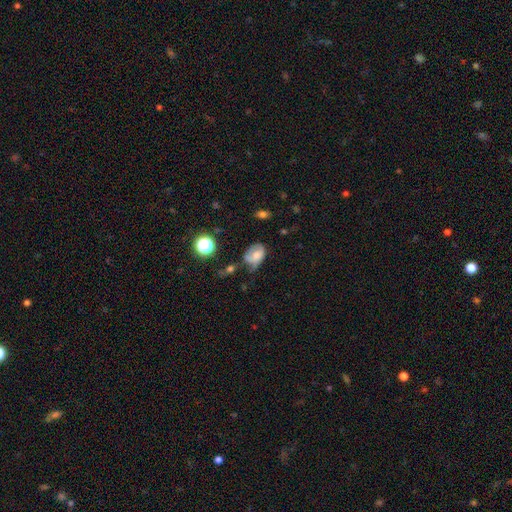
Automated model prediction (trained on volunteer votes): This is possibly a smooth galaxy (59%). How rounded: likely in between (75%). Merging: marginally minor disturbance (38%).